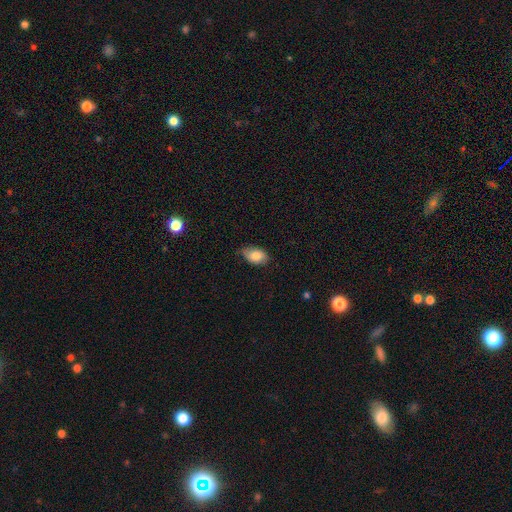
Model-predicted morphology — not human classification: Smooth or featured: smooth — 82% (featured or disk — 10%)
How rounded: in between — 88% (round — 10%)
Merging: none — 61% (minor disturbance — 32%)